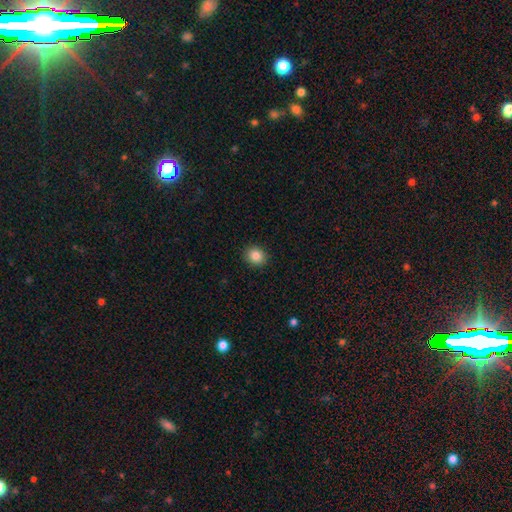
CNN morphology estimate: Smooth or featured? Predicted: smooth (p=0.86). How rounded? Predicted: round (p=0.75). Merging? Predicted: none (p=0.91).